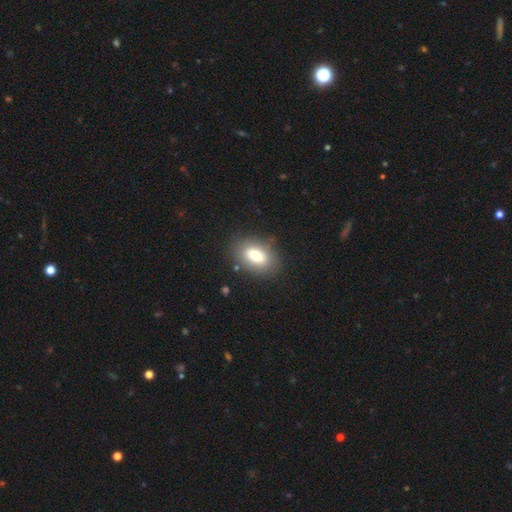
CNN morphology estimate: Smooth or featured?
  - smooth: 73% *
  - featured or disk: 18%
  - star or artifact: 9%
How rounded?
  - in between: 85% *
  - round: 12%
  - cigar-shaped: 2%
Merging?
  - none: 82% *
  - minor disturbance: 11%
  - major disturbance: 4%
  - merger: 2%